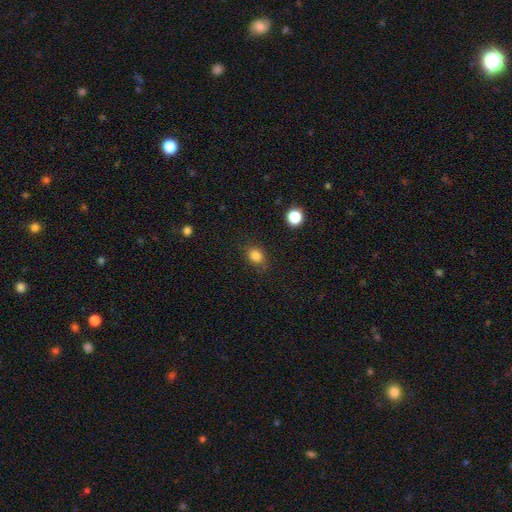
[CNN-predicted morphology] A smooth galaxy with no disk features (84%) that is in between round and cigar-shaped (50%).

Vote fractions:
- Smooth or featured? smooth: 84% / star or artifact: 12% / featured or disk: 5%
- How rounded? in between: 50% / round: 49% / cigar-shaped: 1%
- Merging? none: 79% / minor disturbance: 15% / major disturbance: 4% / merger: 2%